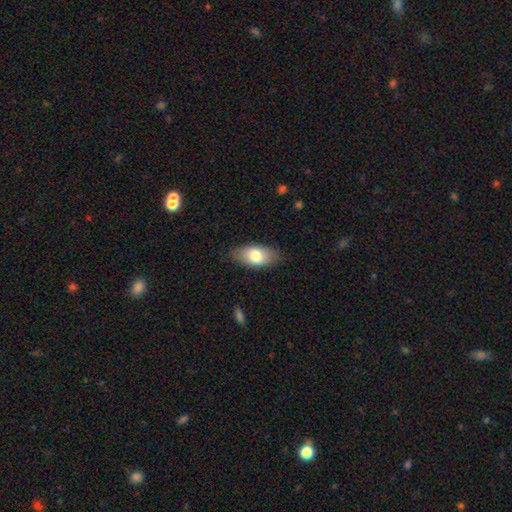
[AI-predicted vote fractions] Smooth or featured: smooth — 77% (featured or disk — 16%)
How rounded: in between — 91% (cigar-shaped — 5%)
Merging: none — 83% (minor disturbance — 13%)